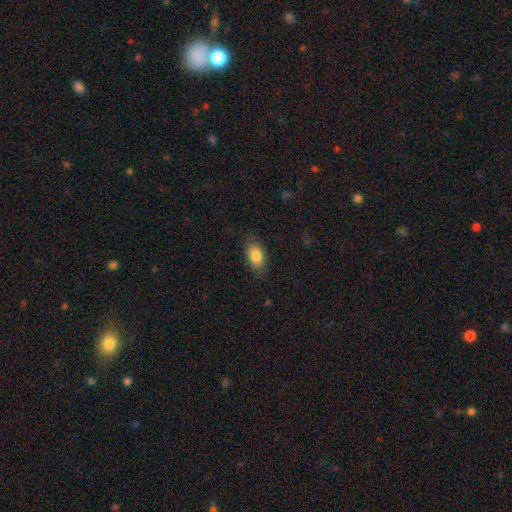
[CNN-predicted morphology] Smooth or featured? Predicted: smooth (p=0.84). How rounded? Predicted: in between (p=0.90). Merging? Predicted: none (p=0.80).